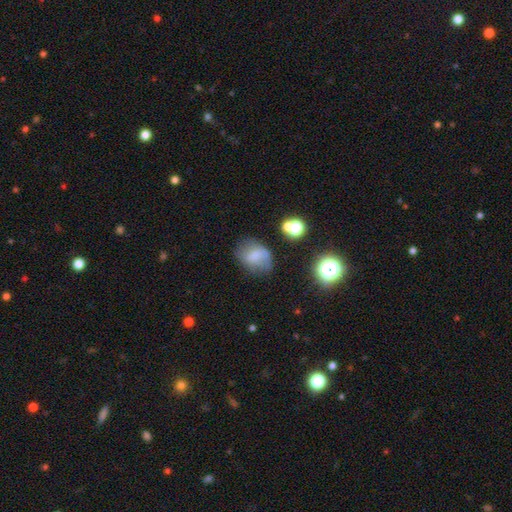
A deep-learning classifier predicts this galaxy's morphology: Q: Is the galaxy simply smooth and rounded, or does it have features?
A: smooth — 62%.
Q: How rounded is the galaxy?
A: in between — 67%.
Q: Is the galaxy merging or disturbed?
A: none — 52%.